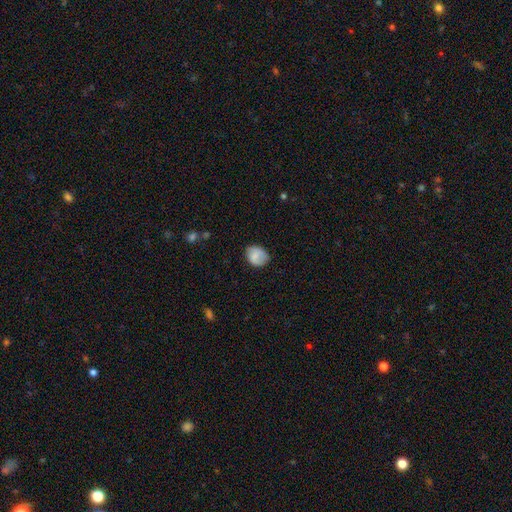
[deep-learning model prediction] Smooth or featured?
  - smooth: 78% *
  - featured or disk: 14%
  - star or artifact: 8%
How rounded?
  - round: 55% *
  - in between: 44%
  - cigar-shaped: 1%
Merging?
  - none: 70% *
  - minor disturbance: 23%
  - major disturbance: 6%
  - merger: 2%